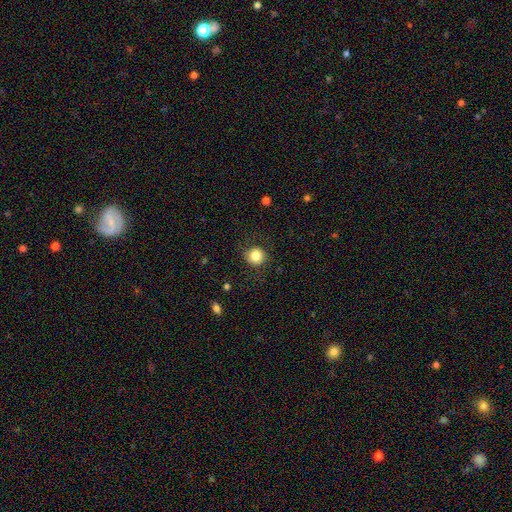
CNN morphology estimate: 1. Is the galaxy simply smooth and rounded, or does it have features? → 82% smooth, 10% star or artifact, 8% featured or disk.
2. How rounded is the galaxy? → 91% round, 8% in between, 1% cigar-shaped.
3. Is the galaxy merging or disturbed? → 83% none, 11% minor disturbance, 5% major disturbance, 1% merger.